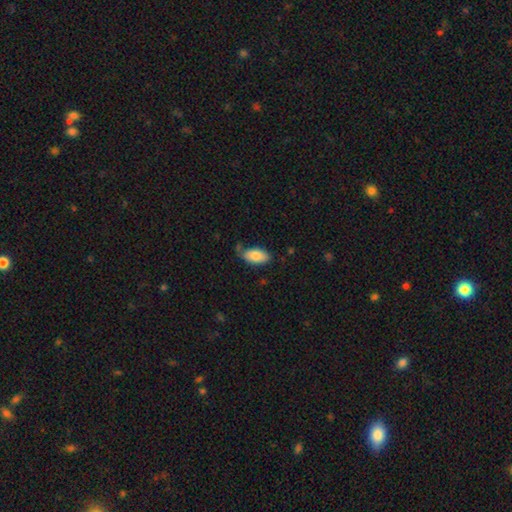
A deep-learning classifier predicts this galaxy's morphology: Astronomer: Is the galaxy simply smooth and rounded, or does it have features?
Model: smooth — 84%.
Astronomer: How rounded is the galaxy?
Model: in between — 94%.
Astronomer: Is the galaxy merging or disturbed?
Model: none — 67%.